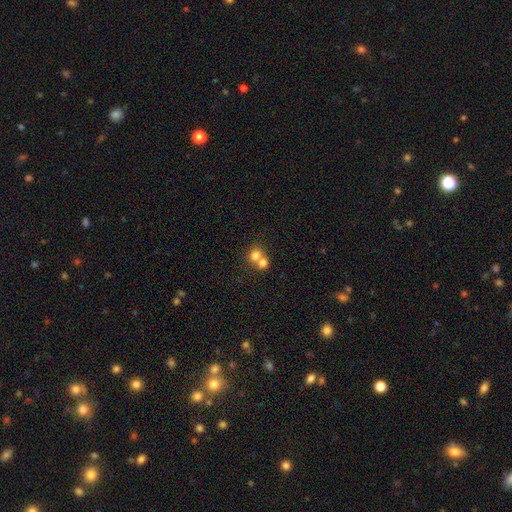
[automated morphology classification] smooth_or_featured: smooth (p=0.75) [alt: featured or disk p=0.14]
how_rounded: round (p=0.79) [alt: in between p=0.20]
merging: merger (p=0.63) [alt: none p=0.30]